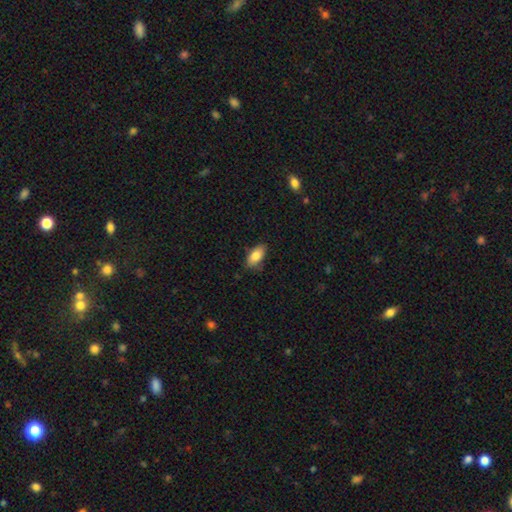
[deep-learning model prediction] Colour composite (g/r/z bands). It shows a smooth galaxy with no disk features (84%) that is in between round and cigar-shaped (91%). Merging: none (77%).